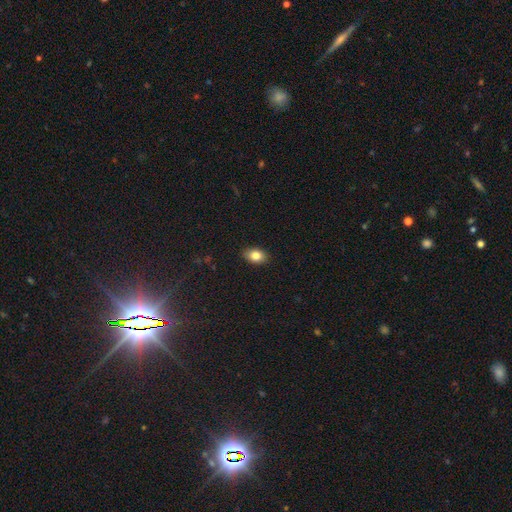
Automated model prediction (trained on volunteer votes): Smooth or featured? Predicted: smooth (p=0.83). How rounded? Predicted: in between (p=0.83). Merging? Predicted: none (p=0.89).